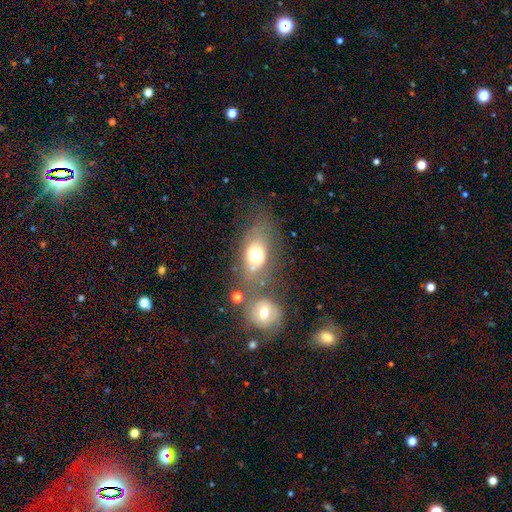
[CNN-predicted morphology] A smooth galaxy with no disk features (63%) that is in between round and cigar-shaped (67%).

Vote fractions:
- Smooth or featured? smooth: 63% / featured or disk: 26% / star or artifact: 11%
- How rounded? in between: 67% / round: 30% / cigar-shaped: 3%
- Merging? none: 40% / merger: 31% / minor disturbance: 16% / major disturbance: 13%